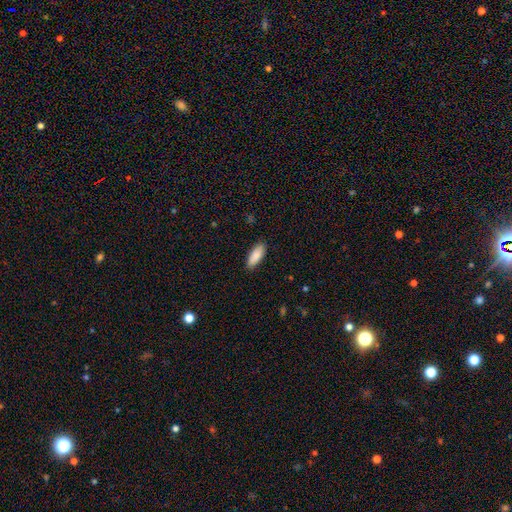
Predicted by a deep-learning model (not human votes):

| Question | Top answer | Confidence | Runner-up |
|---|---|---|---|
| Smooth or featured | smooth | 88% | featured or disk (6%) |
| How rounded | in between | 75% | cigar-shaped (23%) |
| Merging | none | 87% | minor disturbance (10%) |